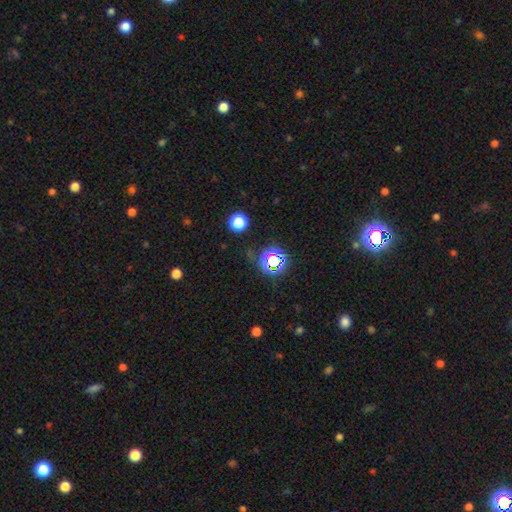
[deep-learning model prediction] smooth-or-featured: star or artifact: 70% | smooth: 22% | featured or disk: 8%